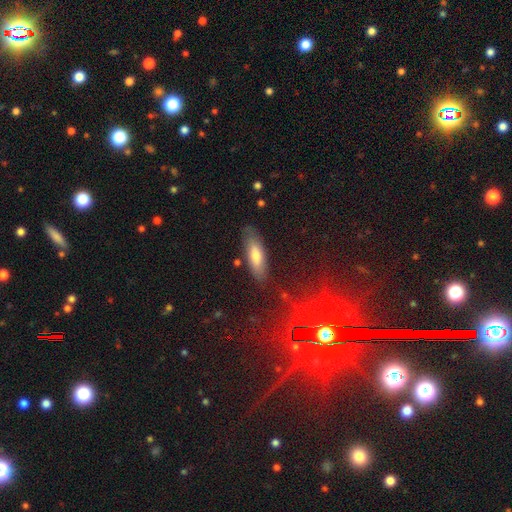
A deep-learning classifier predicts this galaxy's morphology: A smooth galaxy with no disk features (66%) that is in between round and cigar-shaped (56%). Merging: none (80%).